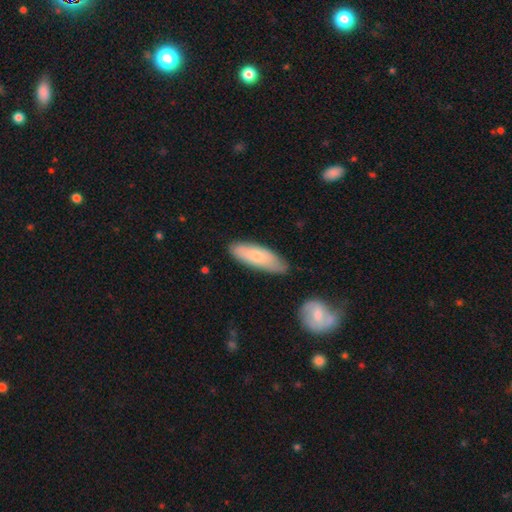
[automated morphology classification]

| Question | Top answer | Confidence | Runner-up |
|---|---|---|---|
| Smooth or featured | smooth | 74% | featured or disk (21%) |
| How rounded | in between | 57% | cigar-shaped (41%) |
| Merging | none | 75% | minor disturbance (19%) |